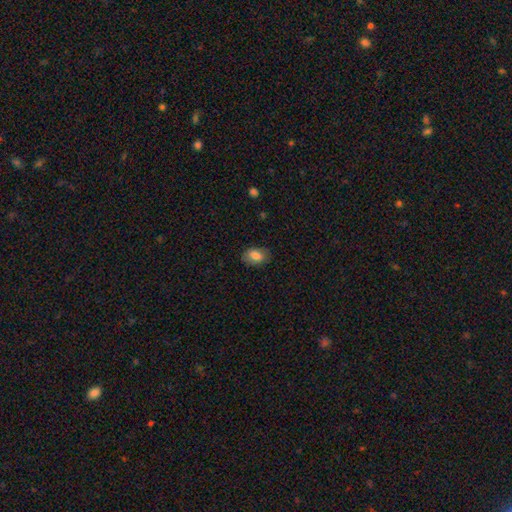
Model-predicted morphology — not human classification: Smooth or featured?
  - smooth: 81% *
  - featured or disk: 11%
  - star or artifact: 8%
How rounded?
  - in between: 85% *
  - round: 14%
  - cigar-shaped: 1%
Merging?
  - none: 83% *
  - minor disturbance: 13%
  - major disturbance: 3%
  - merger: 1%